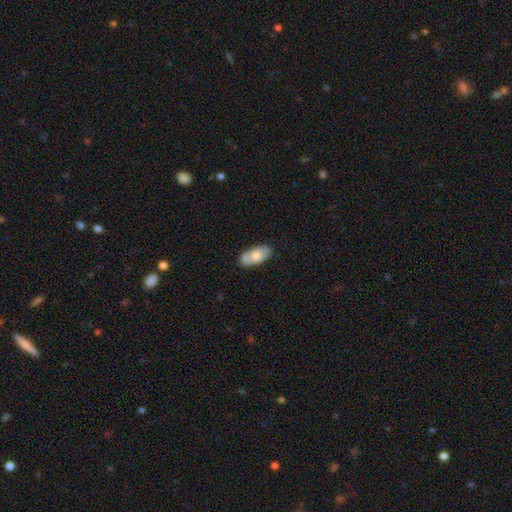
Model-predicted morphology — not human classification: A smooth galaxy with no disk features (70%) that is in between round and cigar-shaped (91%). Merging: none (56%).